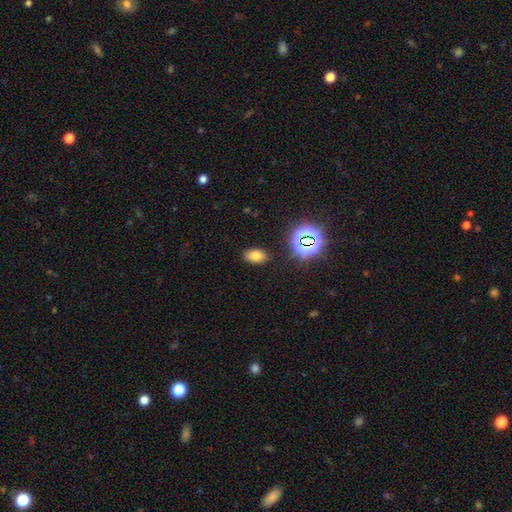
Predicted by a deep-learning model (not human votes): Q: Smooth or featured?
A: smooth (73%); runner-up: star or artifact (20%)
Q: How rounded?
A: in between (88%); runner-up: round (10%)
Q: Merging?
A: none (86%); runner-up: minor disturbance (10%)